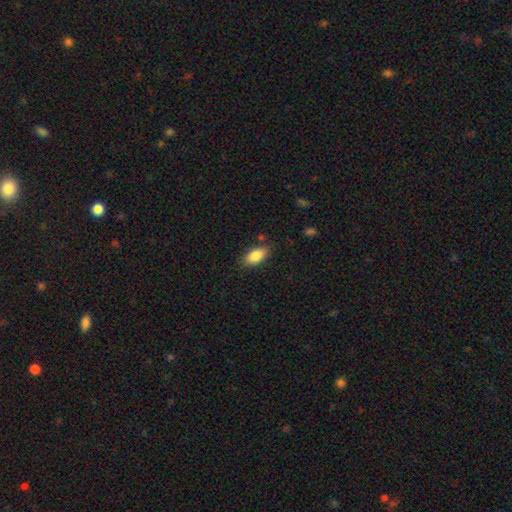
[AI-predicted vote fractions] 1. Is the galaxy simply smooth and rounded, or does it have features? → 84% smooth, 9% featured or disk, 7% star or artifact.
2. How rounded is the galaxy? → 89% in between, 7% cigar-shaped, 4% round.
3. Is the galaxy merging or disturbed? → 83% none, 13% minor disturbance, 3% major disturbance, 2% merger.